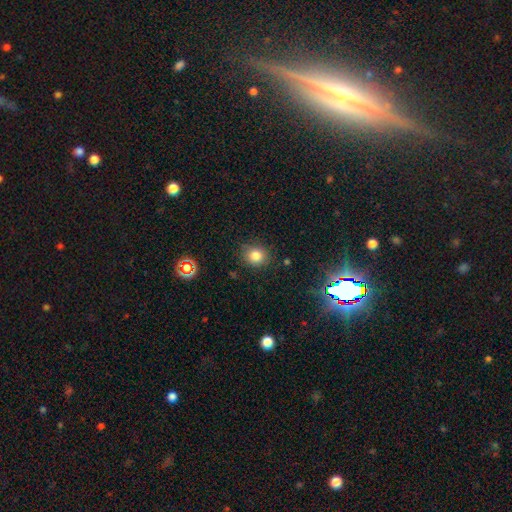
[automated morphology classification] Smooth or featured?
  - smooth: 81% *
  - star or artifact: 13%
  - featured or disk: 6%
How rounded?
  - round: 77% *
  - in between: 22%
  - cigar-shaped: 1%
Merging?
  - none: 85% *
  - minor disturbance: 10%
  - major disturbance: 3%
  - merger: 2%